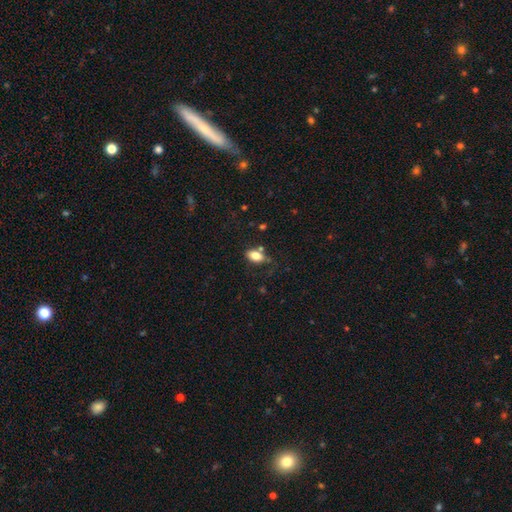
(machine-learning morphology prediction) Smooth or featured: smooth — 80% (featured or disk — 11%)
How rounded: in between — 88% (round — 9%)
Merging: none — 65% (minor disturbance — 19%)